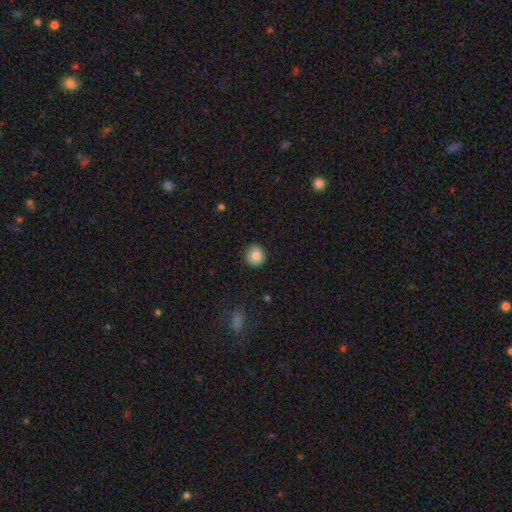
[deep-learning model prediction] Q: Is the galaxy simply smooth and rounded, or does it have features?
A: smooth — 83%.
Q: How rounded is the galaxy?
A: round — 92%.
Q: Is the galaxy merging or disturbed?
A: none — 87%.